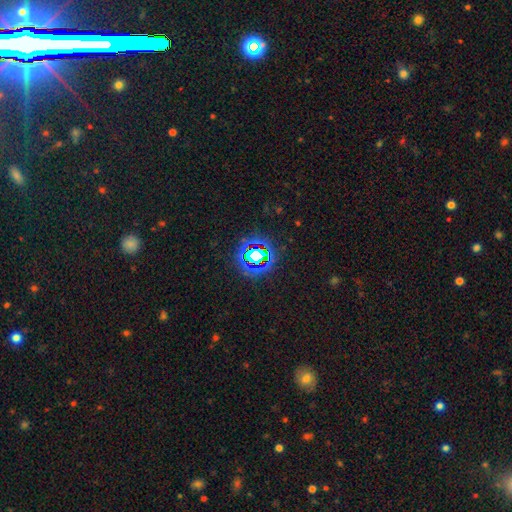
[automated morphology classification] A star or artifact, not a galaxy (71%).